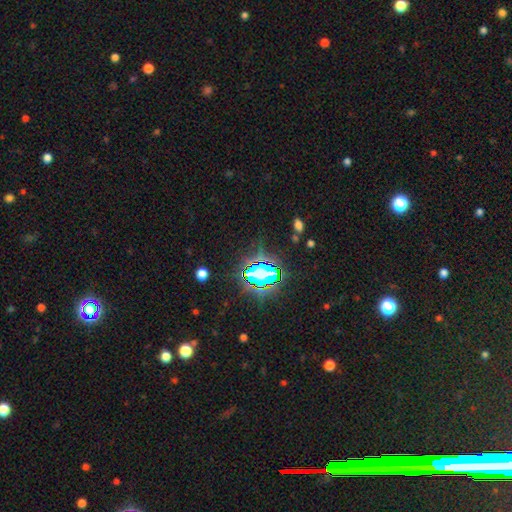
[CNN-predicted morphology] Smooth or featured: star or artifact — 83% (smooth — 10%)